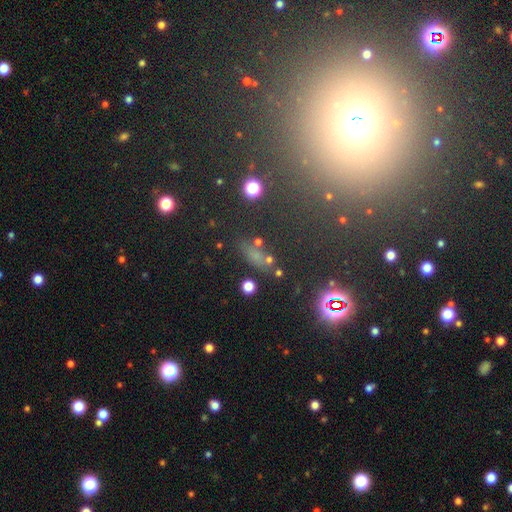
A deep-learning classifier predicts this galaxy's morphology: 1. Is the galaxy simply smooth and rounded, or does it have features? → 57% smooth, 30% star or artifact, 13% featured or disk.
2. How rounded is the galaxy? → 58% in between, 26% cigar-shaped, 16% round.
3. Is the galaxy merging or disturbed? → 65% none, 17% minor disturbance, 10% merger, 8% major disturbance.